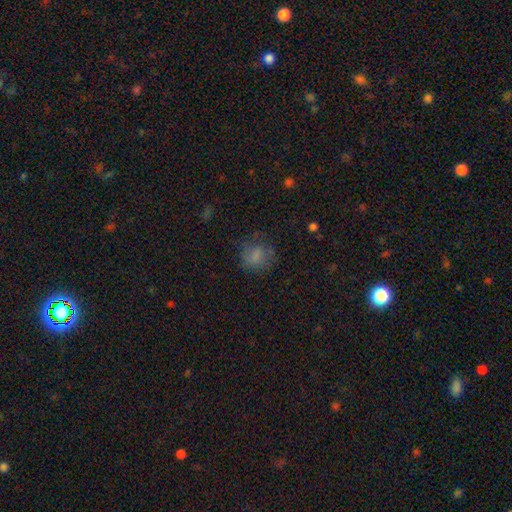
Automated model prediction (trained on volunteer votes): Smooth or featured? Predicted: smooth (p=0.73). How rounded? Predicted: round (p=0.78). Merging? Predicted: none (p=0.65).